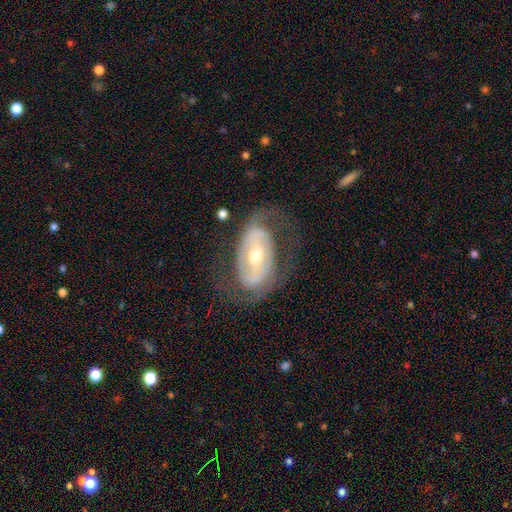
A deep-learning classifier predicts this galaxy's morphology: This appears to be a featured or disk galaxy (82%) with a strong bar (38%), 2 (75%) medium (42%) spiral arms (78%) and a moderate central bulge (60%). Merging: none (64%).